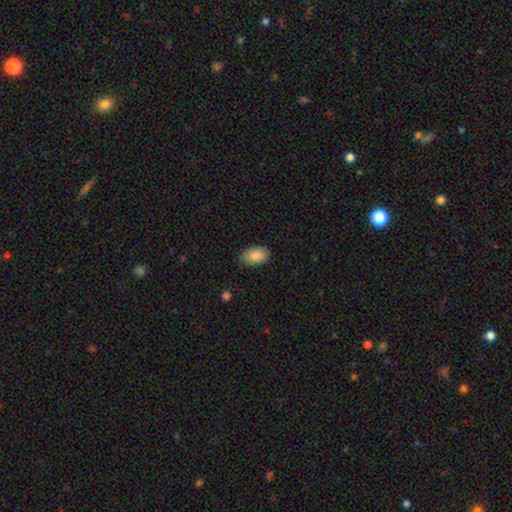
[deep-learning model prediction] Smooth or featured? Predicted: smooth (p=0.85). How rounded? Predicted: in between (p=0.92). Merging? Predicted: none (p=0.75).